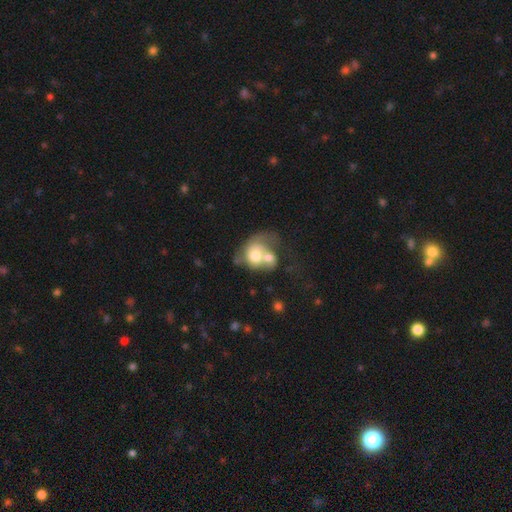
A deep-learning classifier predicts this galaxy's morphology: A smooth galaxy with no disk features (56%) that is round (55%). Merging: merger (68%).